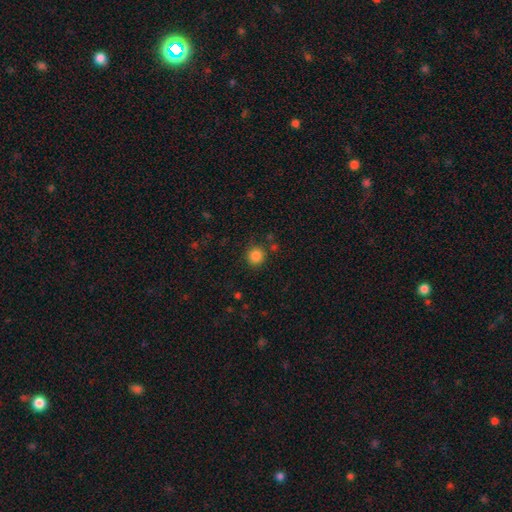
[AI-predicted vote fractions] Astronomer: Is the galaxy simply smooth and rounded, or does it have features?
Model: smooth — 86%.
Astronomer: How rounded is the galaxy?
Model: round — 91%.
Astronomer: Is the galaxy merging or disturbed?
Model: none — 85%.